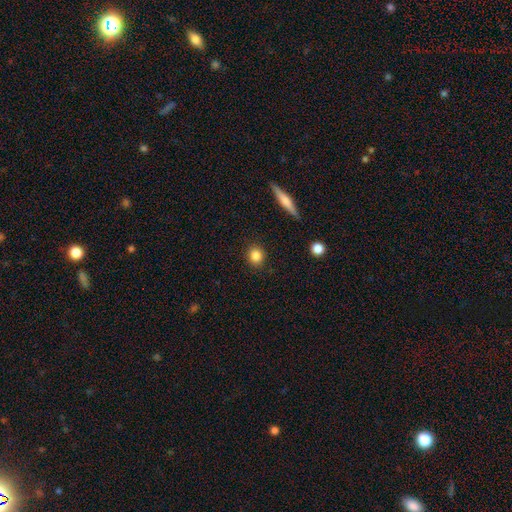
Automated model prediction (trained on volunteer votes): Overall: smooth (84%). How rounded: round (80%). Merging: none (90%).